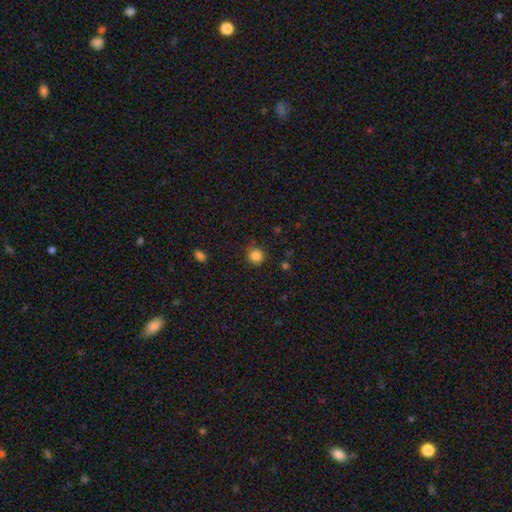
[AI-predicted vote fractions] Smooth or featured? Predicted: smooth (p=0.85). How rounded? Predicted: round (p=0.91). Merging? Predicted: none (p=0.85).